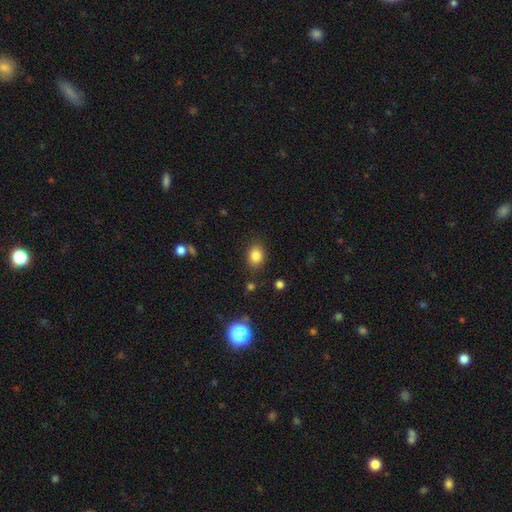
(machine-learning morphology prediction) smooth-or-featured: smooth: 83% | star or artifact: 11% | featured or disk: 6%
  how-rounded: in between: 62% | round: 37% | cigar-shaped: 1%
  merging: none: 83% | minor disturbance: 11% | major disturbance: 3% | merger: 2%